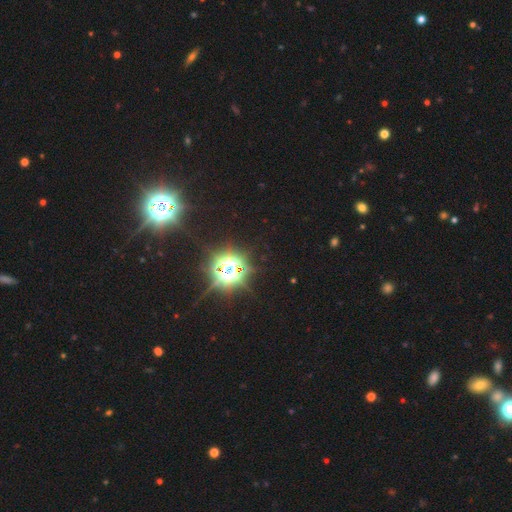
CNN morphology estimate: Overall: star or artifact (83%).